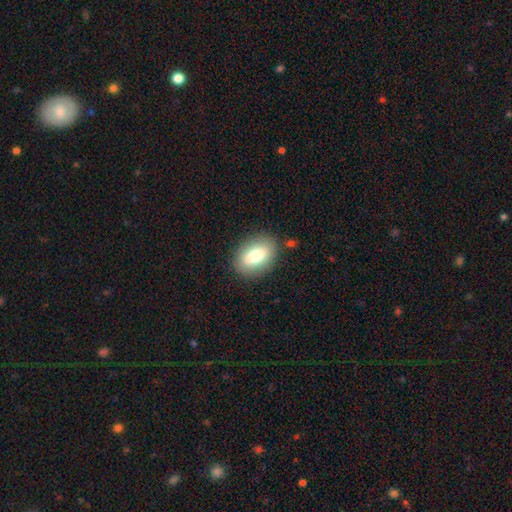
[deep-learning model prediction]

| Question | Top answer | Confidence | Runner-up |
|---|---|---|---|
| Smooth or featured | smooth | 74% | featured or disk (19%) |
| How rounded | in between | 85% | round (12%) |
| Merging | none | 84% | minor disturbance (10%) |